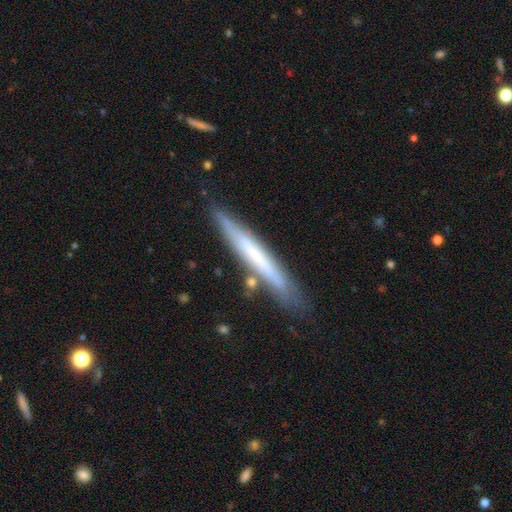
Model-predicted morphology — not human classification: type=featured or disk (48%); merging=none (79%).